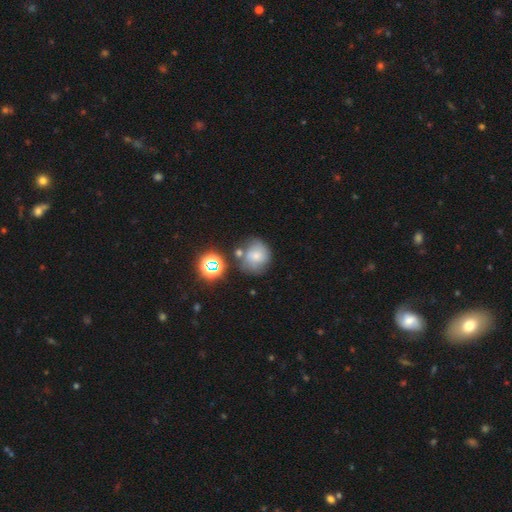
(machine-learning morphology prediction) This is possibly a smooth galaxy (56%). How rounded: clearly round (80%). Merging: possibly none (55%).